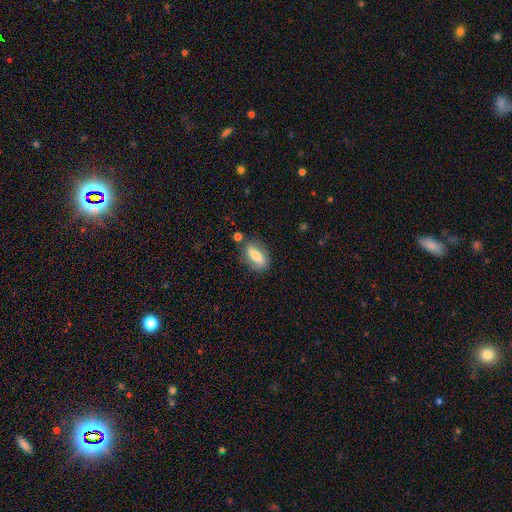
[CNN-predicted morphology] Overall: smooth (68%). How rounded: in between (77%). Merging: none (74%).